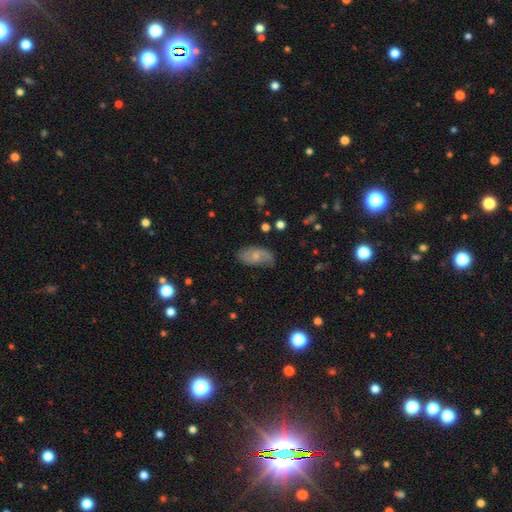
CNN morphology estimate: Smooth or featured: smooth — 48% (featured or disk — 44%)
Merging: none — 67% (minor disturbance — 24%)